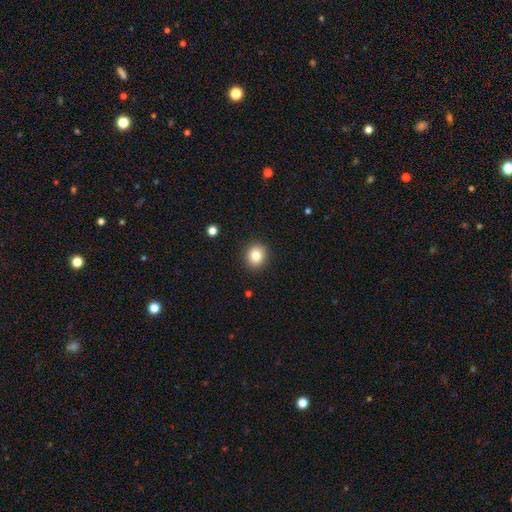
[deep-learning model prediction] smooth 81%, star or artifact 11%, featured or disk 8%. Down the decision tree: how rounded — round (83%); merging — none (91%).